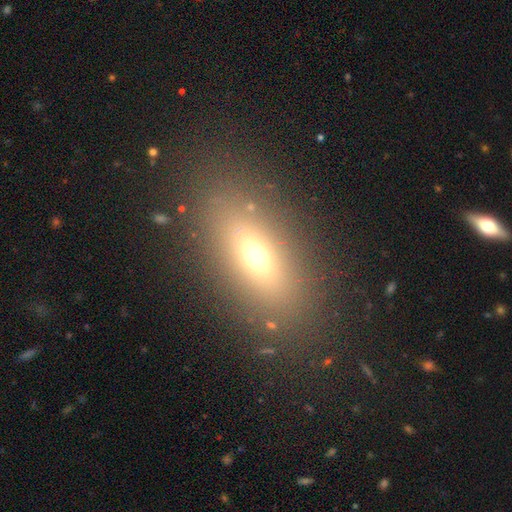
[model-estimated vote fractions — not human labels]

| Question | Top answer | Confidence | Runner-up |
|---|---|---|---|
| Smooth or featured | smooth | 62% | featured or disk (22%) |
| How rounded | in between | 73% | cigar-shaped (19%) |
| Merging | none | 83% | minor disturbance (9%) |